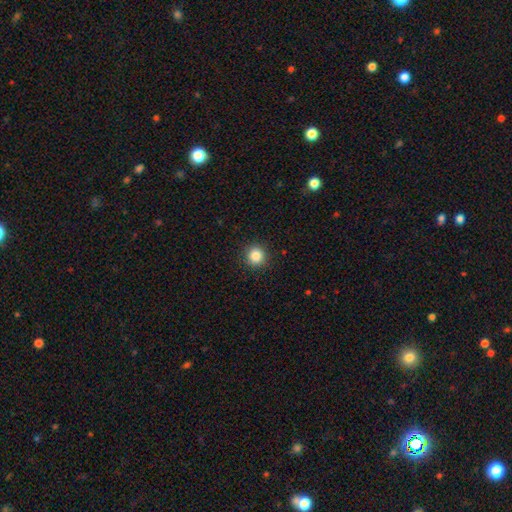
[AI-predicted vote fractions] Smooth or featured? smooth (85%)
How rounded? round (94%)
Merging? none (92%)